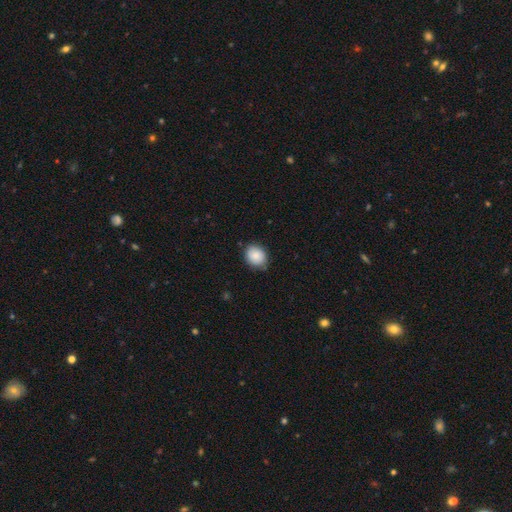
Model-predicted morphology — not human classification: Smooth or featured?
  - smooth: 86% *
  - star or artifact: 7%
  - featured or disk: 7%
How rounded?
  - round: 59% *
  - in between: 40%
  - cigar-shaped: 1%
Merging?
  - none: 79% *
  - minor disturbance: 17%
  - major disturbance: 3%
  - merger: 1%